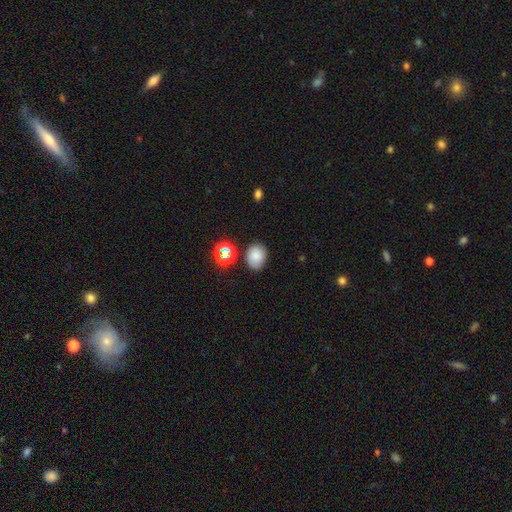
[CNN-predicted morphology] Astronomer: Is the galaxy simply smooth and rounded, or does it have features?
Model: smooth — 78%.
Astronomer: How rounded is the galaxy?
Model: in between — 58% (runner-up: round, 41%).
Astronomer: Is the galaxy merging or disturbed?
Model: none — 75%.